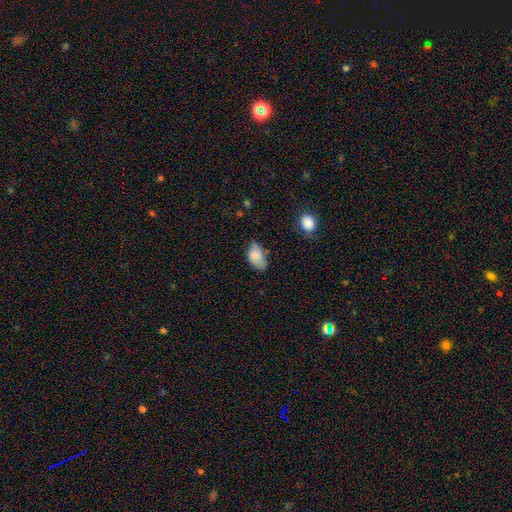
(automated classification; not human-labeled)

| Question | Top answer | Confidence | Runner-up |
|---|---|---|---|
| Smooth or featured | smooth | 83% | featured or disk (10%) |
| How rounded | in between | 93% | round (6%) |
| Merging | none | 49% | minor disturbance (39%) |